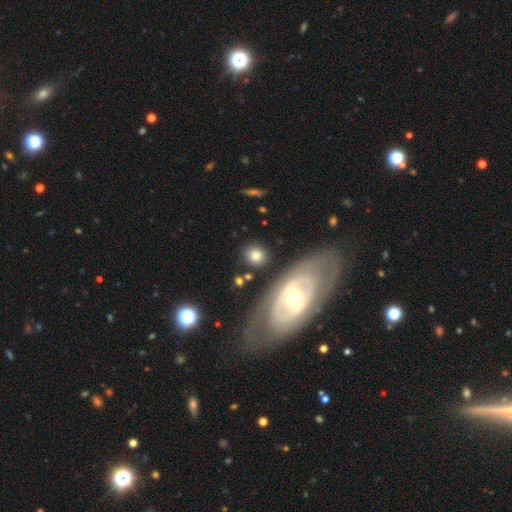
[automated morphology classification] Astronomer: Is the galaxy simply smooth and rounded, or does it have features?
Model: smooth — 71%.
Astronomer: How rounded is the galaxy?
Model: round — 76%.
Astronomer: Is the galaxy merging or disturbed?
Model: none — 79%.